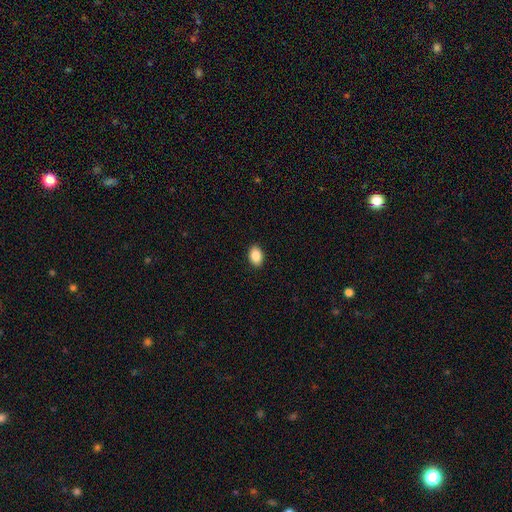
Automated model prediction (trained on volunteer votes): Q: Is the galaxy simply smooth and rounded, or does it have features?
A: smooth — 88%.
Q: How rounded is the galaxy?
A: in between — 87%.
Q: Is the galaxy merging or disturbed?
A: none — 91%.